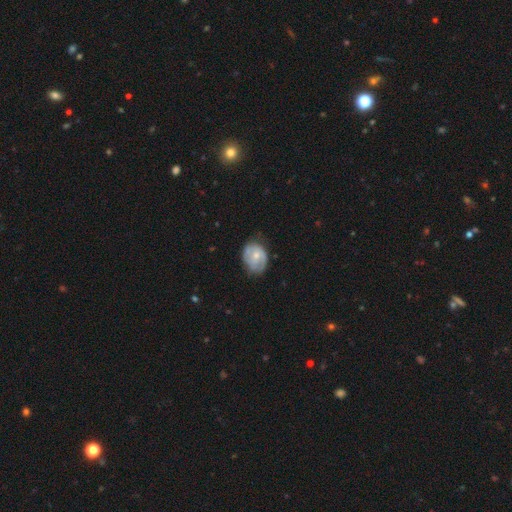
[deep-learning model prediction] A featured or disk galaxy (48%).

Vote fractions:
- Smooth or featured? featured or disk: 48% / smooth: 46% / star or artifact: 6%
- Merging? none: 61% / minor disturbance: 29% / major disturbance: 9% / merger: 1%